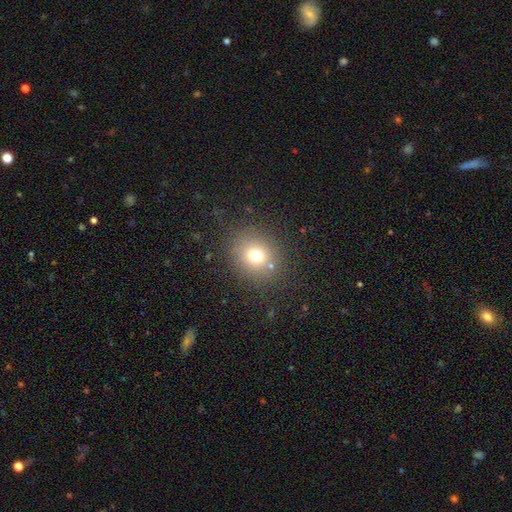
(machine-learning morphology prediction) smooth_or_featured: smooth (p=0.71) [alt: star or artifact p=0.17]
how_rounded: round (p=0.78) [alt: in between p=0.21]
merging: none (p=0.82) [alt: minor disturbance p=0.10]